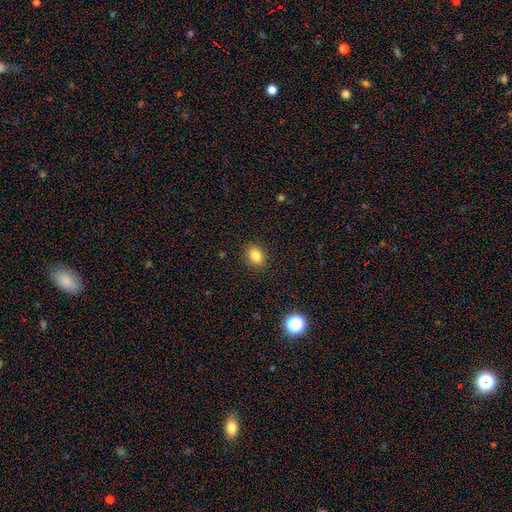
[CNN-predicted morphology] Smooth or featured? Predicted: smooth (p=0.83). How rounded? Predicted: in between (p=0.54). Merging? Predicted: none (p=0.89).